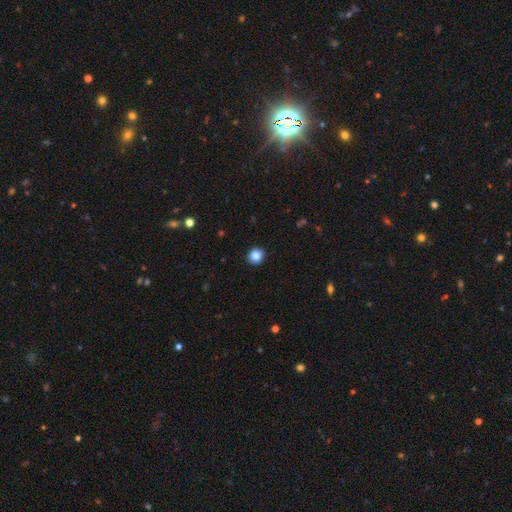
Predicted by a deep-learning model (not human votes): The model was most divided on "smooth or featured": smooth: 86%, star or artifact: 10%, featured or disk: 4%. More confident: merging — none (92%); how rounded — round (88%).